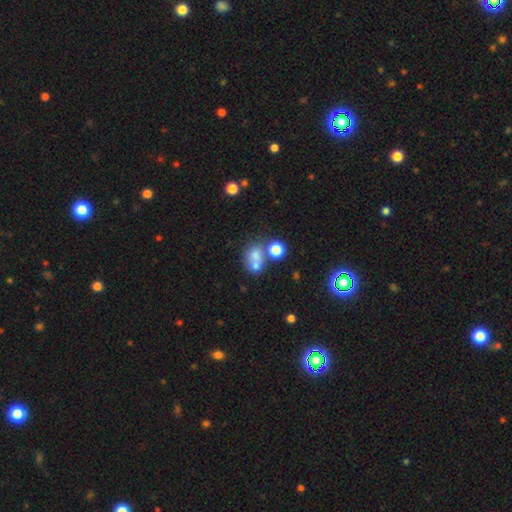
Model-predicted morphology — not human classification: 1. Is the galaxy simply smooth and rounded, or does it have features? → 67% smooth, 17% featured or disk, 16% star or artifact.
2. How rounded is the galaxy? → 55% round, 44% in between, 1% cigar-shaped.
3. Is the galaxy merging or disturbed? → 45% merger, 37% none, 11% minor disturbance, 7% major disturbance.